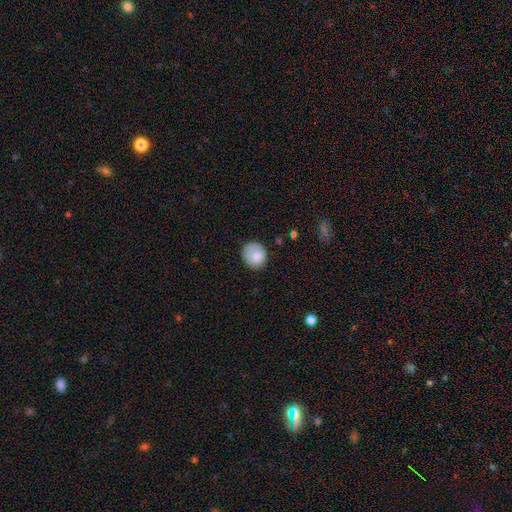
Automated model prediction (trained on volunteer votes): Smooth or featured? smooth (82%)
How rounded? round (78%)
Merging? none (70%)